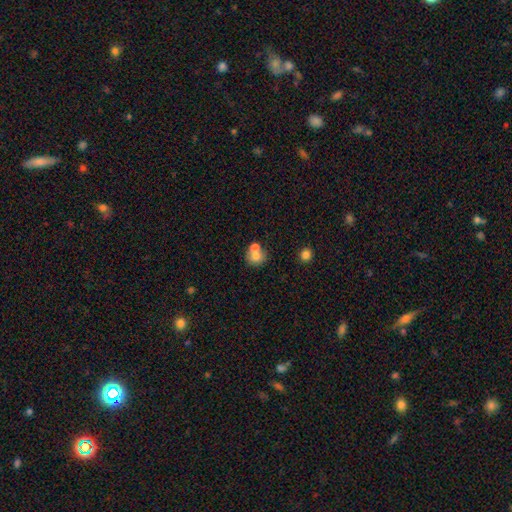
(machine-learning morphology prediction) smooth_or_featured: smooth (p=0.73) [alt: featured or disk p=0.17]
how_rounded: round (p=0.80) [alt: in between p=0.19]
merging: merger (p=0.47) [alt: none p=0.40]